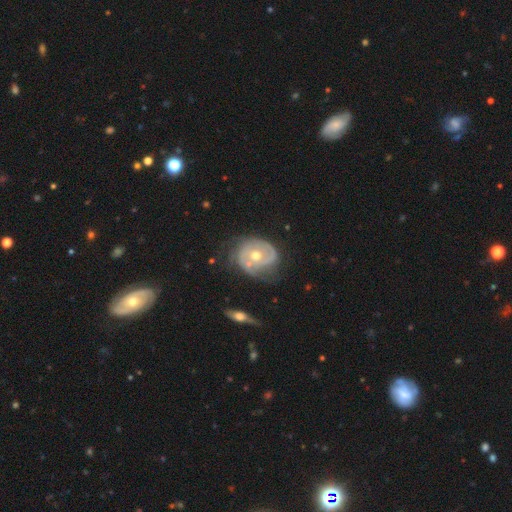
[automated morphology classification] featured or disk 79%, smooth 16%, star or artifact 6%. Down the decision tree: edge-on disk — no (96%); bar — no (74%); spiral arms — yes (81%); spiral arm count — 2 (47%); spiral winding — tight (53%); bulge size — moderate (71%); merging — none (55%).